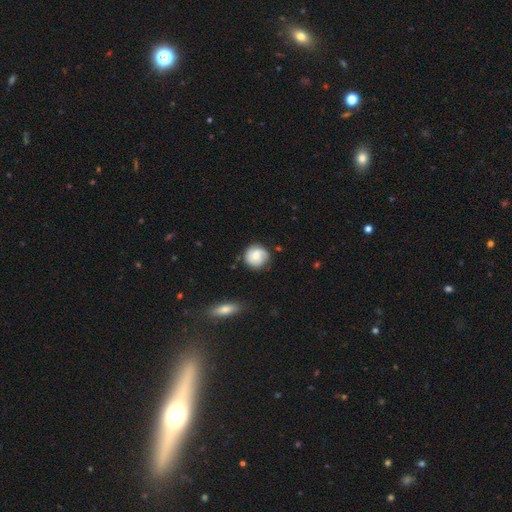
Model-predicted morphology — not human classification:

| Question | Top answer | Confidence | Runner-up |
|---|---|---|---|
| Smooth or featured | smooth | 59% | featured or disk (33%) |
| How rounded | round | 88% | in between (10%) |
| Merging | none | 73% | minor disturbance (19%) |